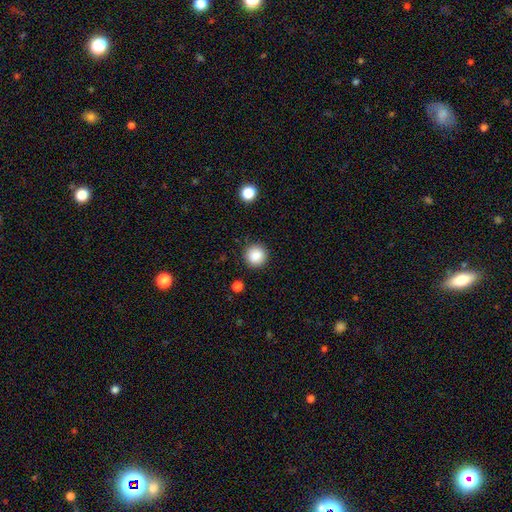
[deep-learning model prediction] This is clearly a smooth galaxy (87%). How rounded: clearly round (95%). Merging: clearly none (90%).